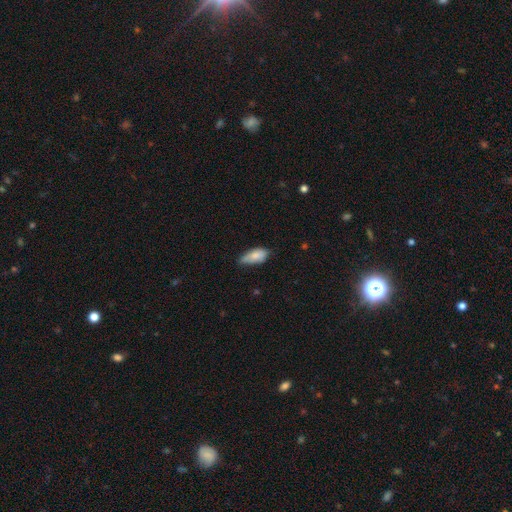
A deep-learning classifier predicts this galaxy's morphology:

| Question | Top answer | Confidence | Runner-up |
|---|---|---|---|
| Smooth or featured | smooth | 79% | featured or disk (14%) |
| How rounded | in between | 87% | cigar-shaped (10%) |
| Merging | none | 50% | minor disturbance (41%) |